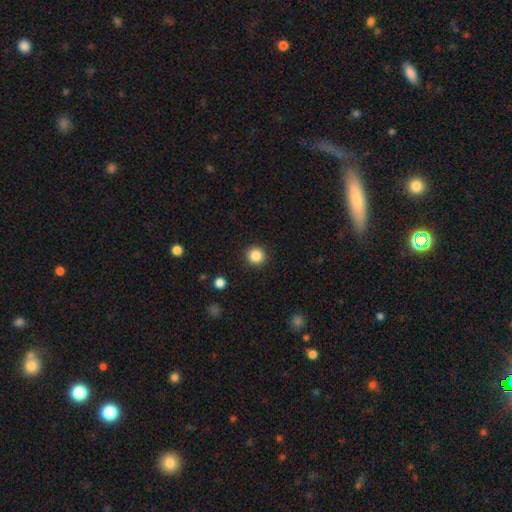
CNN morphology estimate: The model was most divided on "smooth or featured": smooth: 85%, star or artifact: 11%, featured or disk: 4%. More confident: how rounded — round (95%); merging — none (92%).